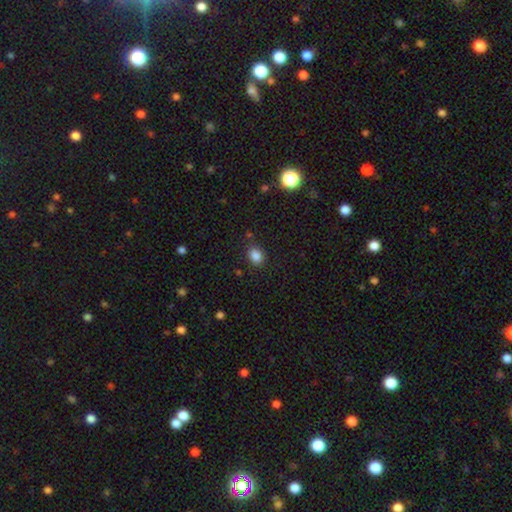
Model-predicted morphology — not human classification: A smooth galaxy with no disk features (85%) that is in between round and cigar-shaped (58%).

Vote fractions:
- Smooth or featured? smooth: 85% / star or artifact: 11% / featured or disk: 4%
- How rounded? in between: 58% / round: 41% / cigar-shaped: 1%
- Merging? none: 81% / minor disturbance: 12% / major disturbance: 4% / merger: 3%